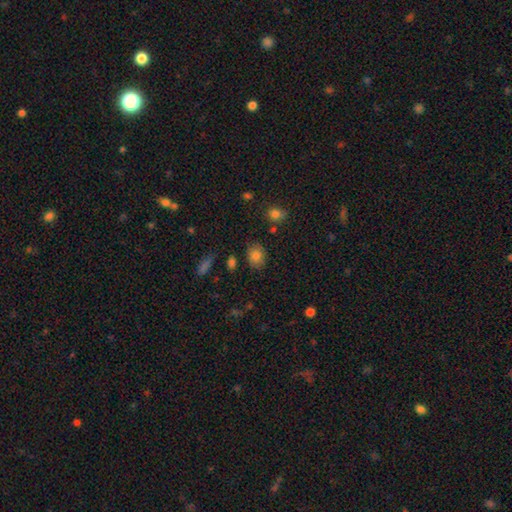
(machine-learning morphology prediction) The model was most divided on "how rounded": in between: 55%, round: 44%, cigar-shaped: 1%. More confident: smooth or featured — smooth (82%); merging — none (78%).